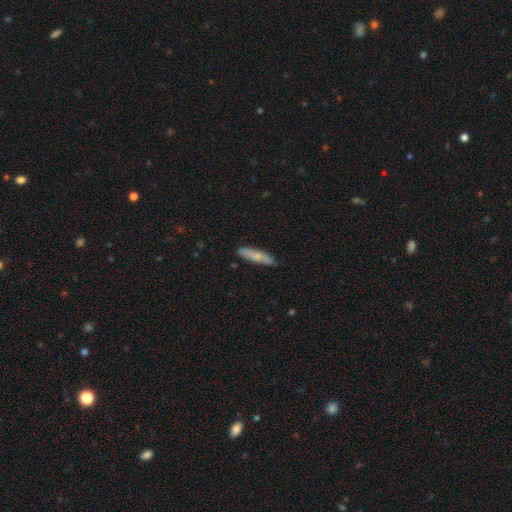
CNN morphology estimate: Smooth or featured? smooth (73%)
How rounded? cigar-shaped (81%)
Merging? none (85%)